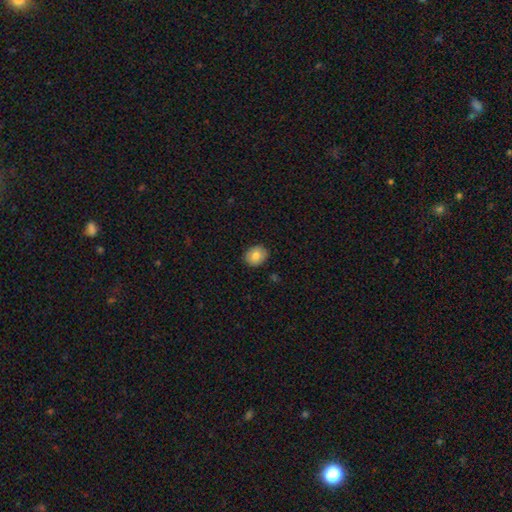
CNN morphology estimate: A smooth galaxy with no disk features (80%) that is round (60%).

Vote fractions:
- Smooth or featured? smooth: 80% / featured or disk: 12% / star or artifact: 8%
- How rounded? round: 60% / in between: 39% / cigar-shaped: 1%
- Merging? none: 88% / minor disturbance: 9% / major disturbance: 2% / merger: 1%